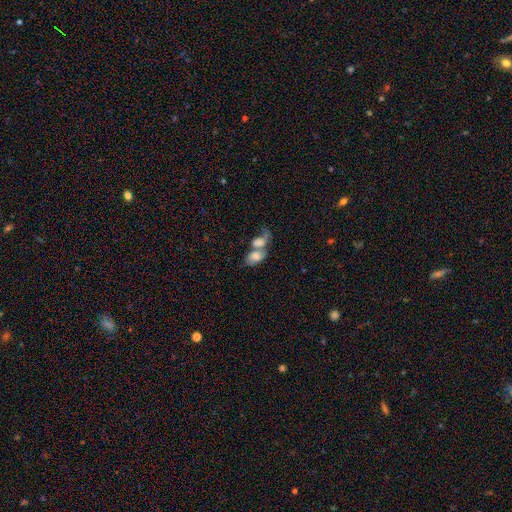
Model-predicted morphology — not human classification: Overall: smooth (65%). How rounded: in between (84%). Merging: merger (71%).